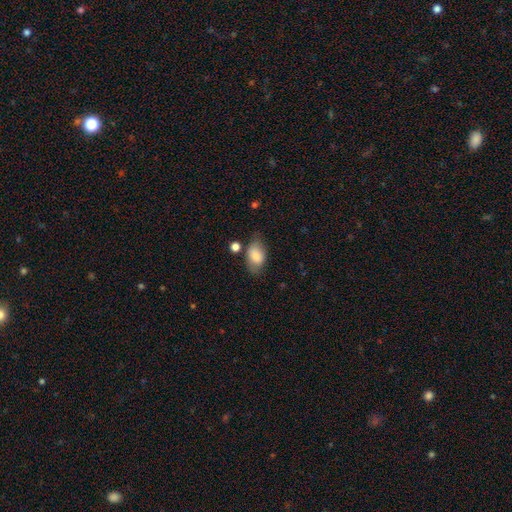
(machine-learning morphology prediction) Smooth or featured?
  - smooth: 80% *
  - featured or disk: 13%
  - star or artifact: 7%
How rounded?
  - in between: 89% *
  - round: 9%
  - cigar-shaped: 2%
Merging?
  - none: 65% *
  - minor disturbance: 22%
  - major disturbance: 7%
  - merger: 6%